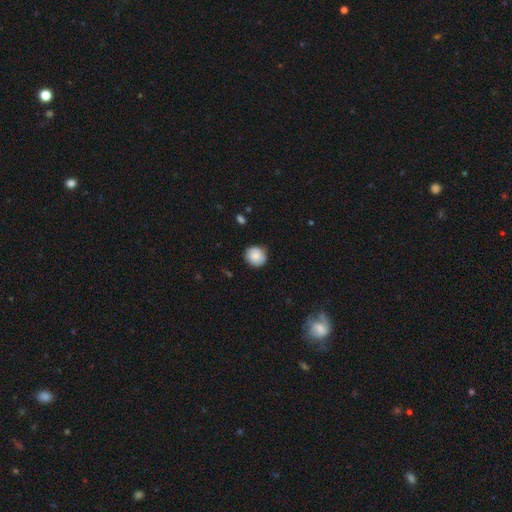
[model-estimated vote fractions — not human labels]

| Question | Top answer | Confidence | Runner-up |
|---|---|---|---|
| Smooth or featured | smooth | 86% | star or artifact (7%) |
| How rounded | round | 90% | in between (9%) |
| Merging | none | 86% | minor disturbance (11%) |